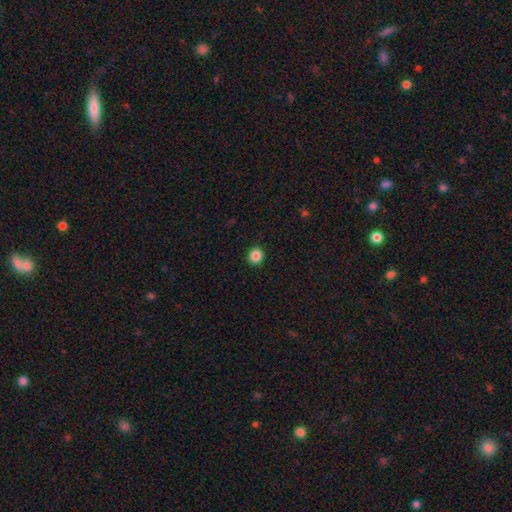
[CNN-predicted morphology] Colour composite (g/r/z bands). It shows a smooth galaxy with no disk features (87%) that is round (87%). Merging: none (92%).